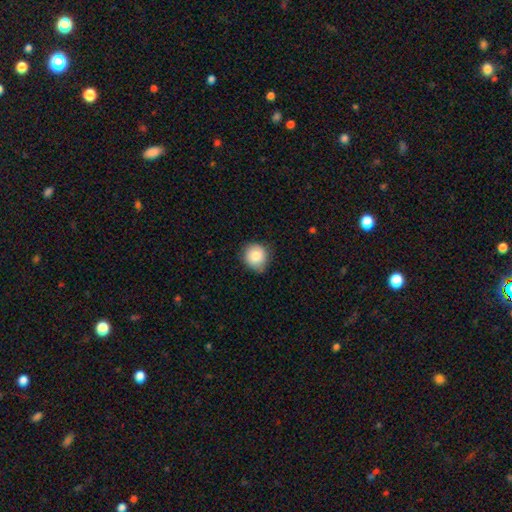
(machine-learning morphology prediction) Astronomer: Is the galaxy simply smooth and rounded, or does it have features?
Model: smooth — 84%.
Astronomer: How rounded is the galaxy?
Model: round — 89%.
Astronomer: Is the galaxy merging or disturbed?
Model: none — 78%.